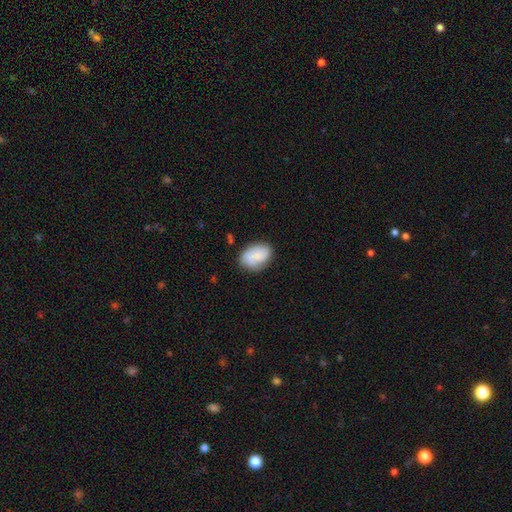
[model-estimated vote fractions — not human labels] Smooth or featured: smooth — 63% (featured or disk — 30%)
How rounded: in between — 75% (round — 24%)
Merging: none — 68% (minor disturbance — 22%)